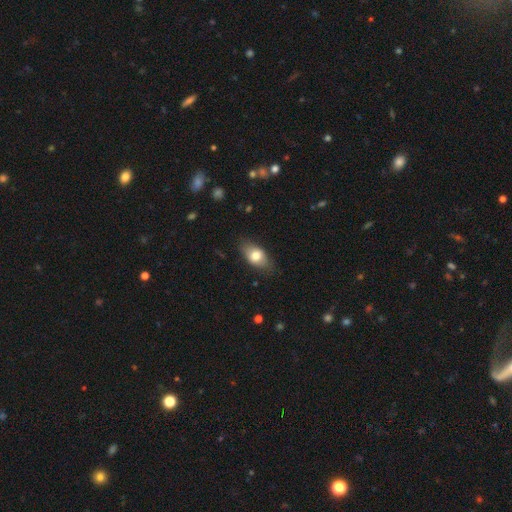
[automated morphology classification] This appears to be a smooth galaxy with no disk features (73%) that is in between round and cigar-shaped (86%). Merging: none (79%).